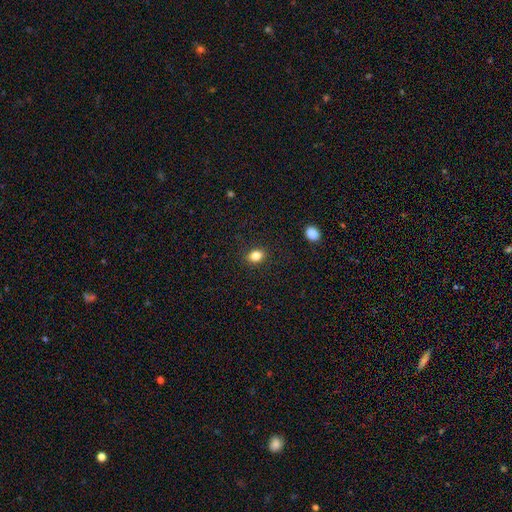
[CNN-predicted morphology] Overall: smooth (83%). How rounded: in between (58%; round 40%). Merging: none (88%).